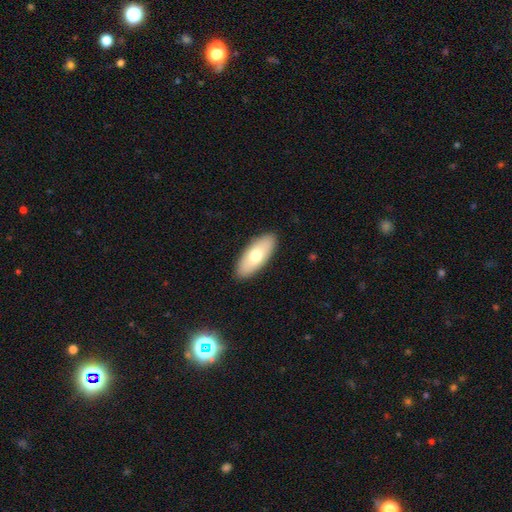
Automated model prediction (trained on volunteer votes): Morphology: type=smooth (70%); roundness=in between (84%); merging=none (90%).